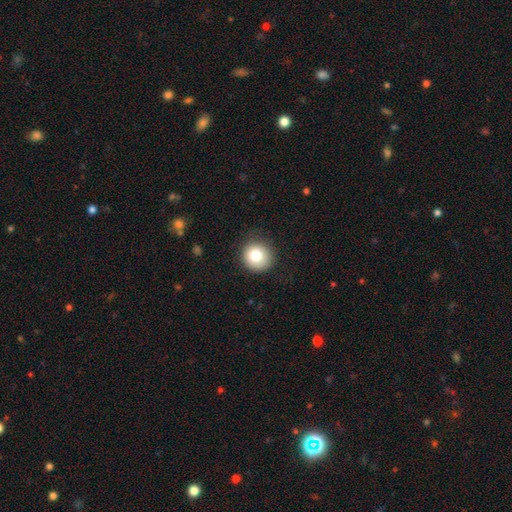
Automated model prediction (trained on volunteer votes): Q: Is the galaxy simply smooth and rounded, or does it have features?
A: smooth — 81%.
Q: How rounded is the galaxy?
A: round — 92%.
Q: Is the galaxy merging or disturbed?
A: none — 84%.